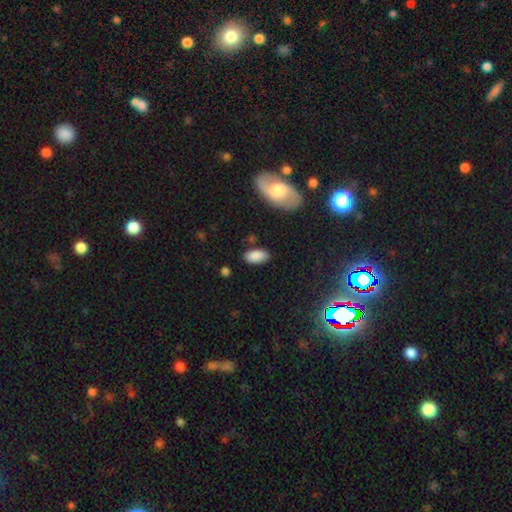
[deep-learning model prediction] Smooth or featured? smooth (87%)
How rounded? in between (94%)
Merging? none (80%)